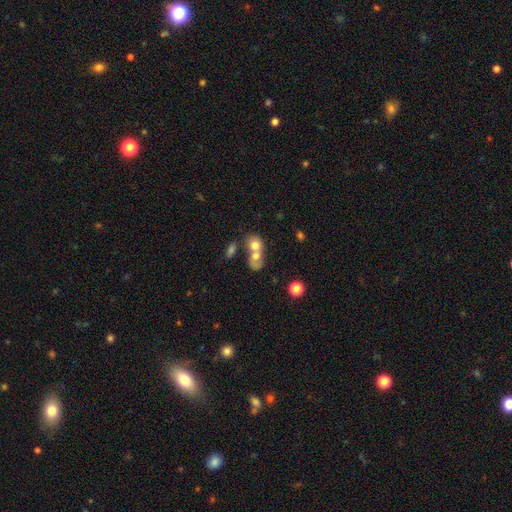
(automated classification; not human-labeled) smooth-or-featured: smooth: 63% | featured or disk: 25% | star or artifact: 12%
  how-rounded: in between: 49% (tied) | round: 49% (tied) | cigar-shaped: 2%
  merging: merger: 68% | none: 19% | minor disturbance: 7% | major disturbance: 6%